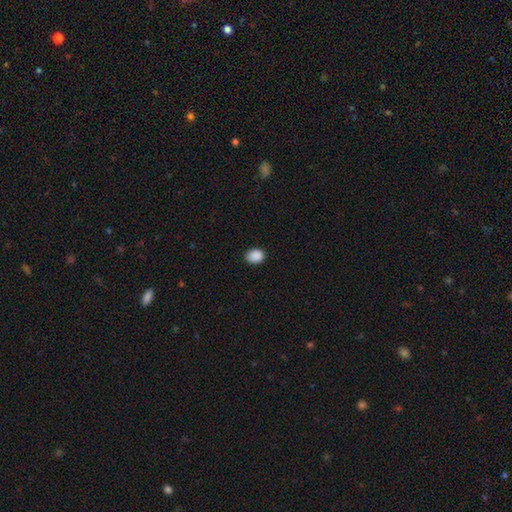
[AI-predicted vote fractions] smooth 89%, star or artifact 9%, featured or disk 2%. Down the decision tree: how rounded — in between (55%); merging — none (87%).